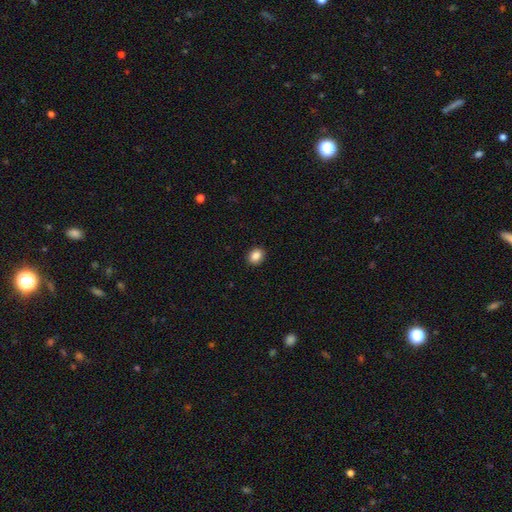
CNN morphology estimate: The model was most divided on "how rounded": round: 56%, in between: 43%, cigar-shaped: 1%. More confident: merging — none (92%); smooth or featured — smooth (86%).